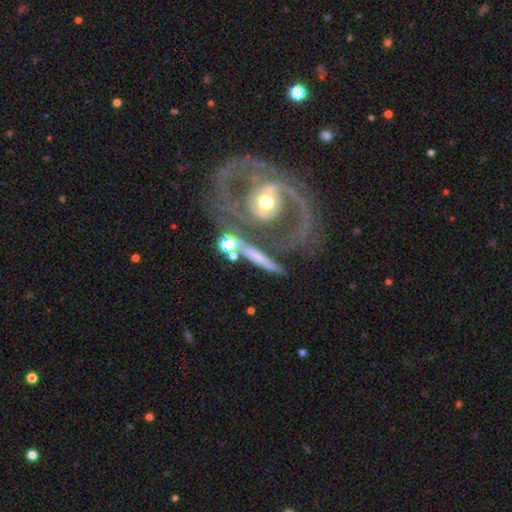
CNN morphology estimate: smooth_or_featured: featured or disk (p=0.77) [alt: smooth p=0.16]
disk_edge_on: no (p=0.84) [alt: yes p=0.16]
bar: no (p=0.43) [alt: weak p=0.31]
has_spiral_arms: yes (p=0.78) [alt: no p=0.22]
spiral_winding: medium (p=0.43) [alt: tight p=0.33]
spiral_arm_count: 2 (p=0.78) [alt: can't tell p=0.10]
bulge_size: moderate (p=0.62) [alt: small p=0.27]
merging: none (p=0.54) [alt: minor disturbance p=0.17]